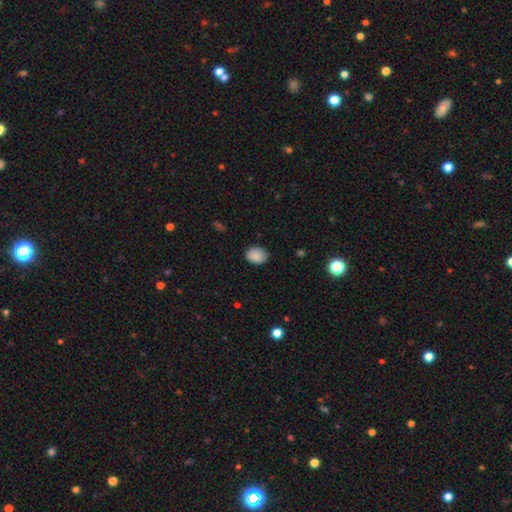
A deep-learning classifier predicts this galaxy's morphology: A smooth galaxy with no disk features (88%) that is in between round and cigar-shaped (65%). Merging: none (80%).